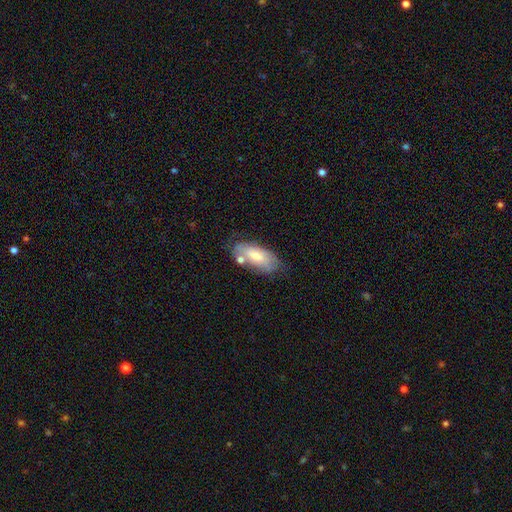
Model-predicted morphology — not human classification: type=smooth (69%); roundness=in between (86%); merging=none (62%).